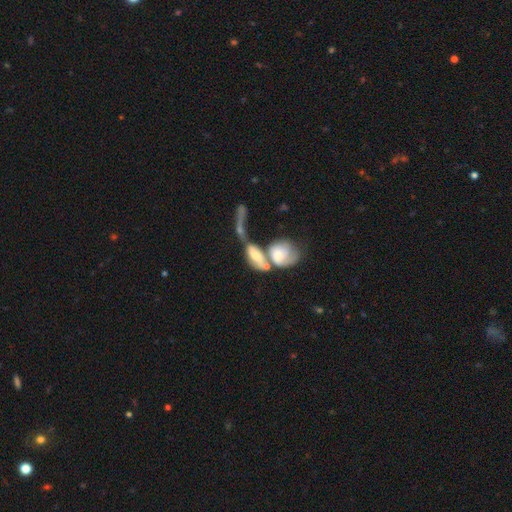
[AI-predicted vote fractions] Morphology: type=smooth (52%); roundness=in between (81%); merging=merger (67%).